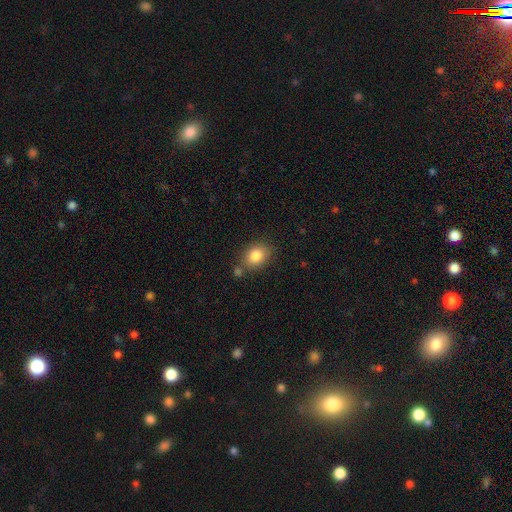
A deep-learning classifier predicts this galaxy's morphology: A smooth galaxy with no disk features (83%) that is in between round and cigar-shaped (63%). Merging: none (73%).